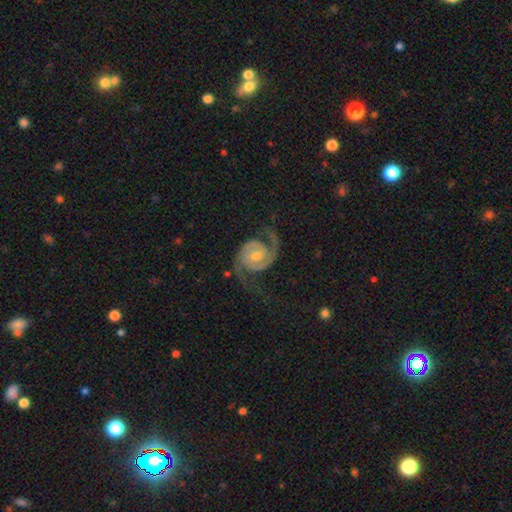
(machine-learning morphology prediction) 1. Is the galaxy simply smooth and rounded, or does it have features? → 92% featured or disk, 4% star or artifact, 4% smooth.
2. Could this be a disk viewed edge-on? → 98% no, 2% yes.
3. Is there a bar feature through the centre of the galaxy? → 61% no, 31% weak, 8% strong.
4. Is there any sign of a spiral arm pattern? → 98% yes, 2% no.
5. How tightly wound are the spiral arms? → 51% medium, 31% tight, 18% loose.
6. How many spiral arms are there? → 93% 2, 2% can't tell, 1% 1, 1% 3, 1% 4, 1% more than 4.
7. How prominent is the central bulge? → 61% moderate, 33% small, 4% large, 2% none, 1% dominant.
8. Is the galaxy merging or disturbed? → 74% none, 15% minor disturbance, 9% major disturbance, 2% merger.